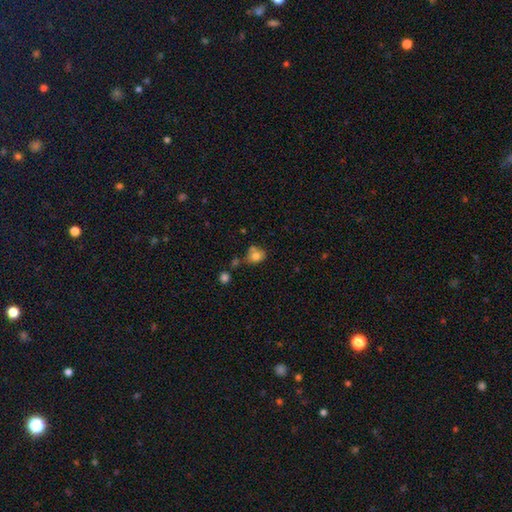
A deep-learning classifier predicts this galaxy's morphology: Smooth or featured? smooth (78%)
How rounded? round (58%)
Merging? none (52%)